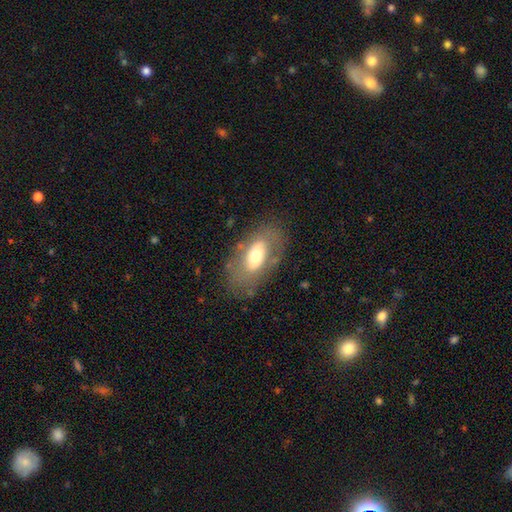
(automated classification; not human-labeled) smooth-or-featured: smooth: 54% | featured or disk: 38% | star or artifact: 8%
  how-rounded: in between: 90% | round: 6% | cigar-shaped: 4%
  merging: none: 72% | minor disturbance: 17% | major disturbance: 9% | merger: 2%